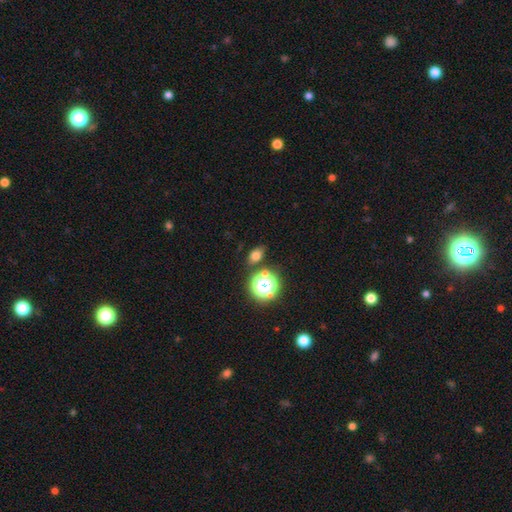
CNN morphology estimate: Q: Smooth or featured?
A: smooth (67%); runner-up: star or artifact (23%)
Q: How rounded?
A: in between (67%); runner-up: round (31%)
Q: Merging?
A: none (77%); runner-up: minor disturbance (11%)